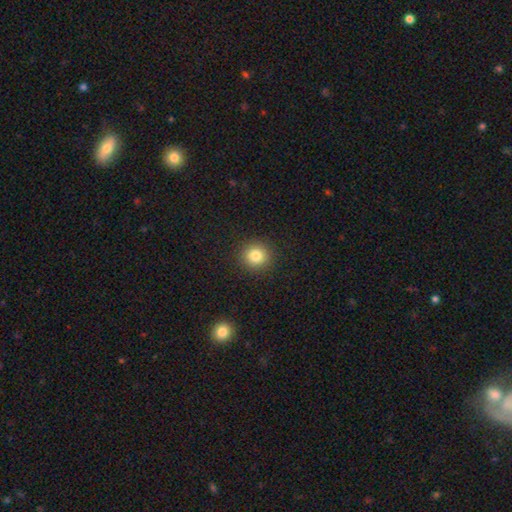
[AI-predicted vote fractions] smooth-or-featured: smooth: 82% | star or artifact: 11% | featured or disk: 6%
  how-rounded: round: 92% | in between: 7% | cigar-shaped: 1%
  merging: none: 91% | minor disturbance: 5% | major disturbance: 2% | merger: 1%